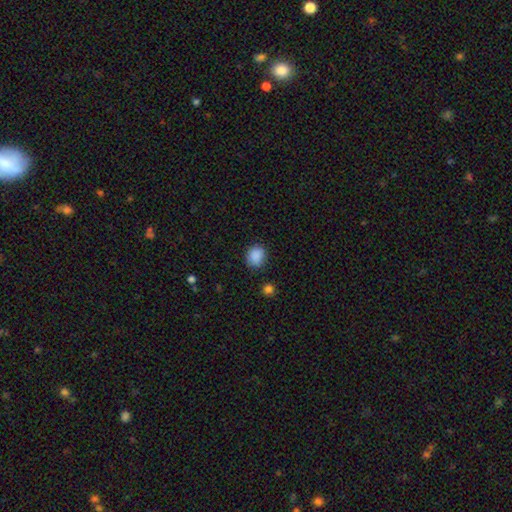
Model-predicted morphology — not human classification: Smooth or featured: smooth — 88% (star or artifact — 9%)
How rounded: round — 68% (in between — 31%)
Merging: none — 84% (minor disturbance — 11%)